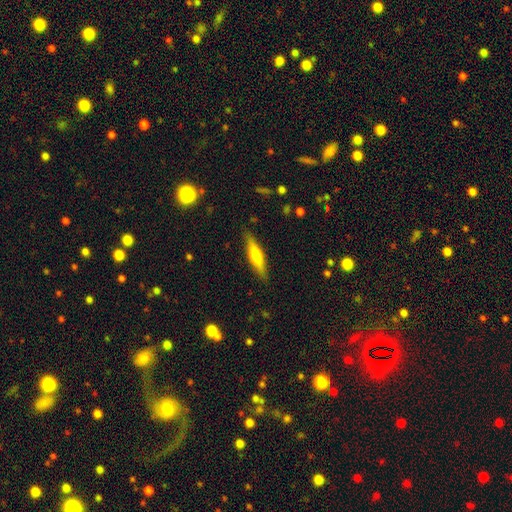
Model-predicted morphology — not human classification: Smooth or featured: smooth — 48% (featured or disk — 46%)
Merging: none — 87% (minor disturbance — 9%)